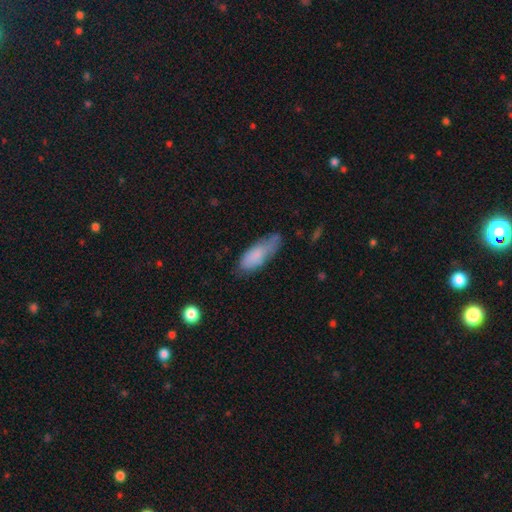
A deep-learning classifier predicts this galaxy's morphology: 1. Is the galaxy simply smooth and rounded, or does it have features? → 78% smooth, 14% featured or disk, 7% star or artifact.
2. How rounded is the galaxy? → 67% in between, 31% cigar-shaped, 2% round.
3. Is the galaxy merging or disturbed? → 48% none, 36% minor disturbance, 13% major disturbance, 4% merger.